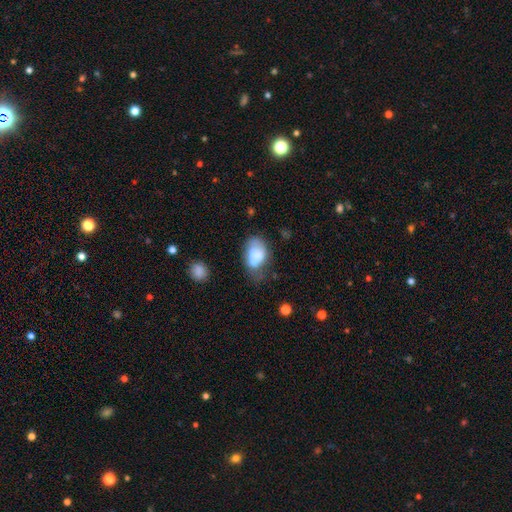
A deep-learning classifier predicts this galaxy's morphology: A smooth galaxy with no disk features (66%) that is in between round and cigar-shaped (83%).

Vote fractions:
- Smooth or featured? smooth: 66% / featured or disk: 25% / star or artifact: 9%
- How rounded? in between: 83% / round: 16% / cigar-shaped: 1%
- Merging? none: 31% / minor disturbance: 30% / merger: 20% / major disturbance: 19%